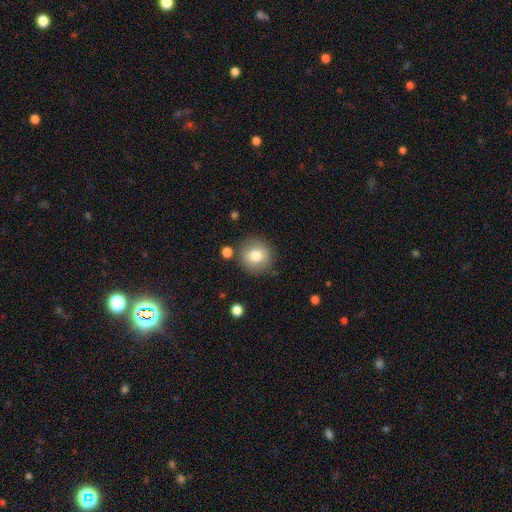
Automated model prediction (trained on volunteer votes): Smooth or featured: smooth — 77% (featured or disk — 14%)
How rounded: round — 92% (in between — 7%)
Merging: none — 83% (minor disturbance — 10%)